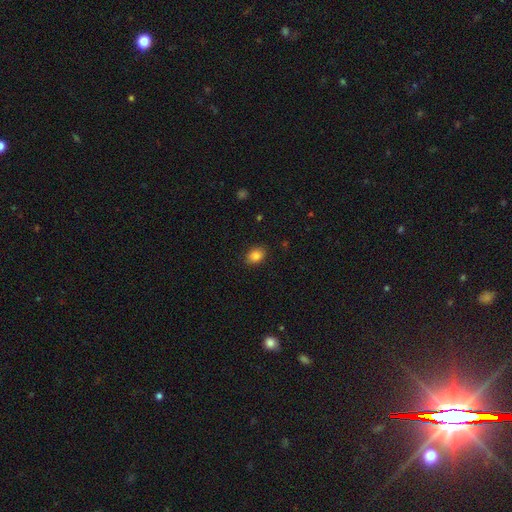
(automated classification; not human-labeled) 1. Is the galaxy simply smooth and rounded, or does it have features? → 85% smooth, 10% star or artifact, 6% featured or disk.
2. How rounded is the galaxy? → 66% in between, 33% round, 1% cigar-shaped.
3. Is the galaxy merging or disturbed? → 88% none, 9% minor disturbance, 2% major disturbance, 1% merger.